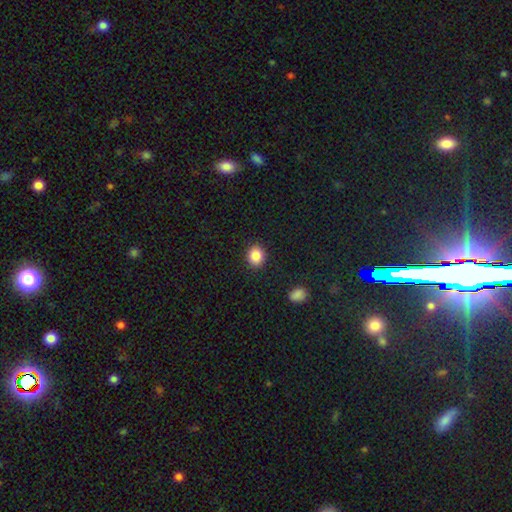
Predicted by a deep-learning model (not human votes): Smooth or featured?
  - smooth: 87% *
  - star or artifact: 9%
  - featured or disk: 4%
How rounded?
  - round: 74% *
  - in between: 25%
  - cigar-shaped: 1%
Merging?
  - none: 90% *
  - minor disturbance: 7%
  - major disturbance: 2%
  - merger: 1%